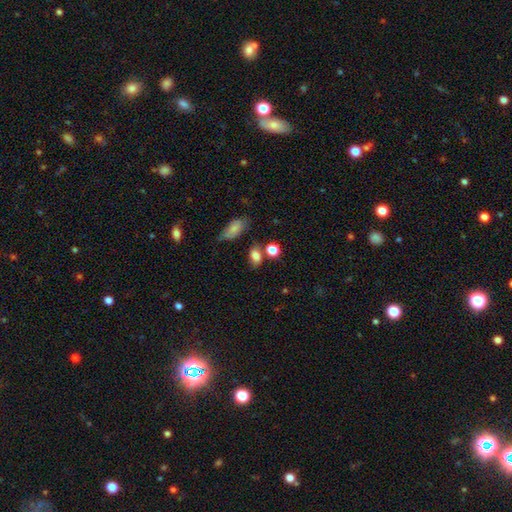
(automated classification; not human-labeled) Morphology: type=smooth (82%); roundness=in between (74%); merging=none (64%).